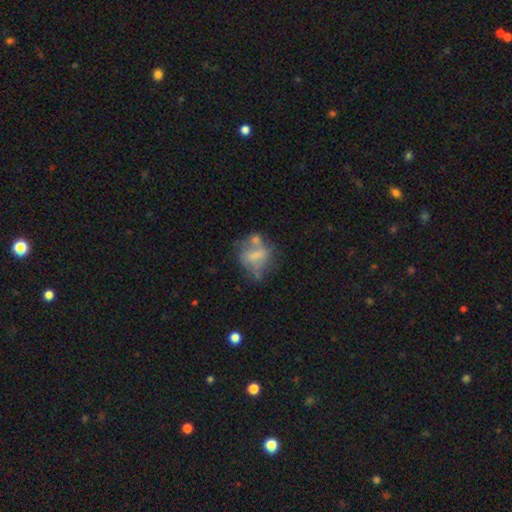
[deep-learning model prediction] Overall: smooth (48%; featured or disk 41%). Merging: none (31%; merger 27%).